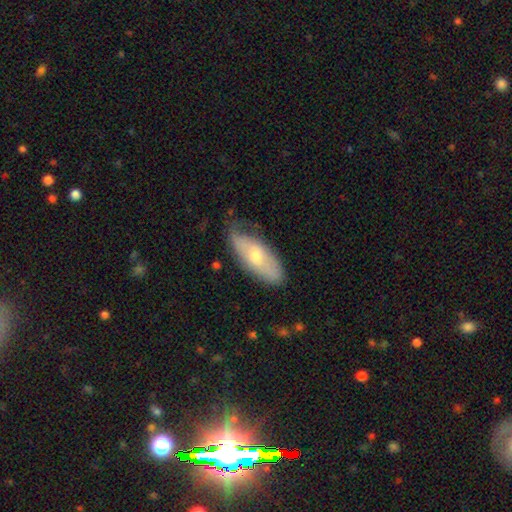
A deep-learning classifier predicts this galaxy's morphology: A smooth galaxy with no disk features (56%) that is in between round and cigar-shaped (79%).

Vote fractions:
- Smooth or featured? smooth: 56% / featured or disk: 38% / star or artifact: 6%
- How rounded? in between: 79% / cigar-shaped: 19% / round: 2%
- Merging? none: 58% / minor disturbance: 32% / major disturbance: 8% / merger: 2%